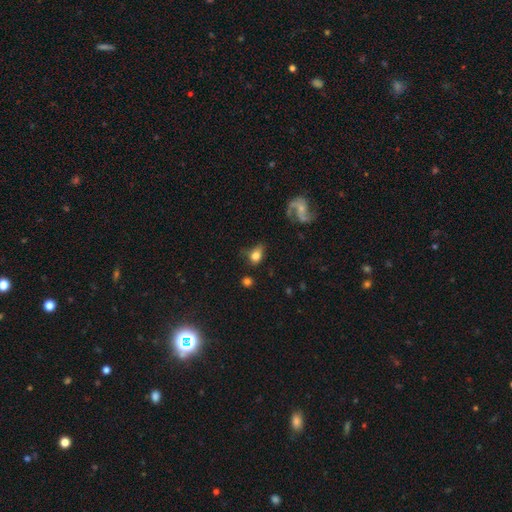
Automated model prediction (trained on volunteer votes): smooth 72%, featured or disk 18%, star or artifact 10%. Down the decision tree: how rounded — in between (64%); merging — none (55%).